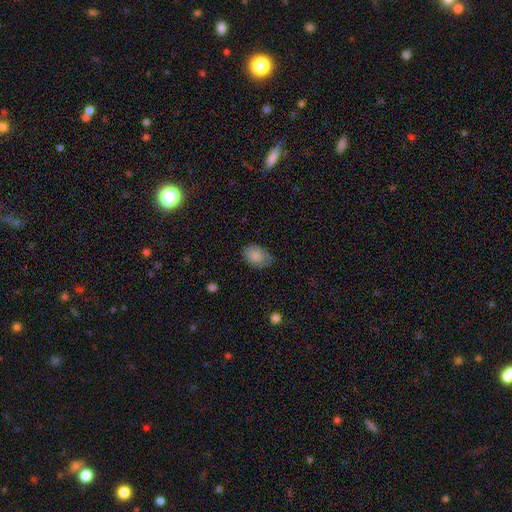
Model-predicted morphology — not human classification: Overall: smooth (83%). How rounded: in between (85%). Merging: none (62%; minor disturbance 30%).